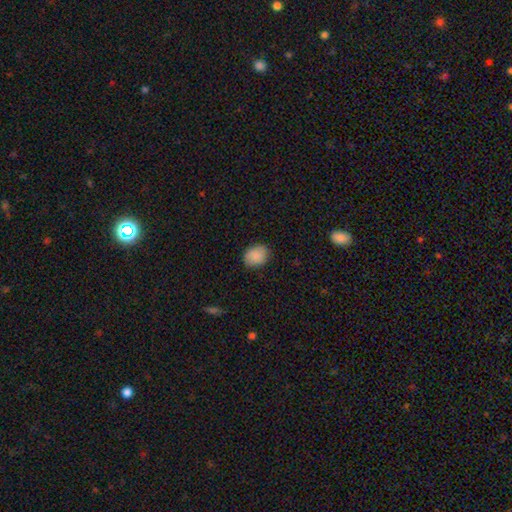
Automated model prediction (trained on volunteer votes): Overall: smooth (87%). How rounded: in between (54%; round 45%). Merging: none (85%).